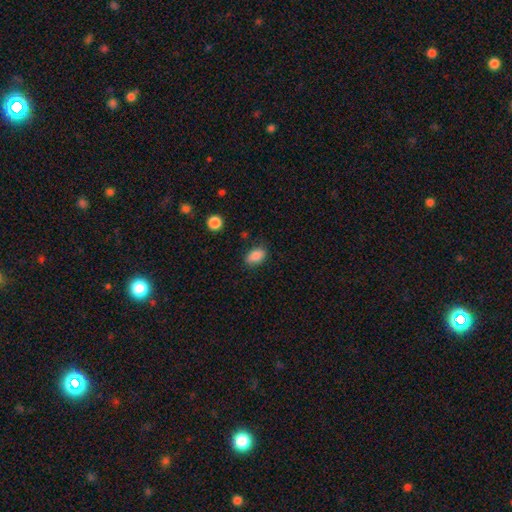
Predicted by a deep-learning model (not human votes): A smooth galaxy with no disk features (86%) that is in between round and cigar-shaped (87%).

Vote fractions:
- Smooth or featured? smooth: 86% / star or artifact: 8% / featured or disk: 5%
- How rounded? in between: 87% / round: 11% / cigar-shaped: 2%
- Merging? none: 79% / minor disturbance: 16% / major disturbance: 3% / merger: 2%